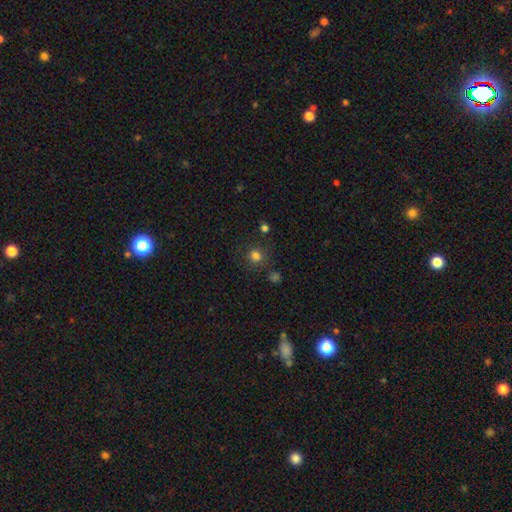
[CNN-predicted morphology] This appears to be a smooth galaxy with no disk features (79%) that is round (89%). Merging: none (84%).